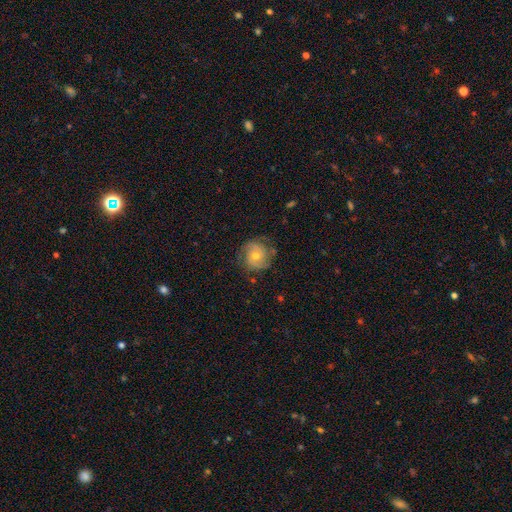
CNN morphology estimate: A featured or disk galaxy (67%) with no bar (76%), 2 (58%) tight (52%) spiral arms (88%) and a small central bulge (49%). Merging: none (75%).